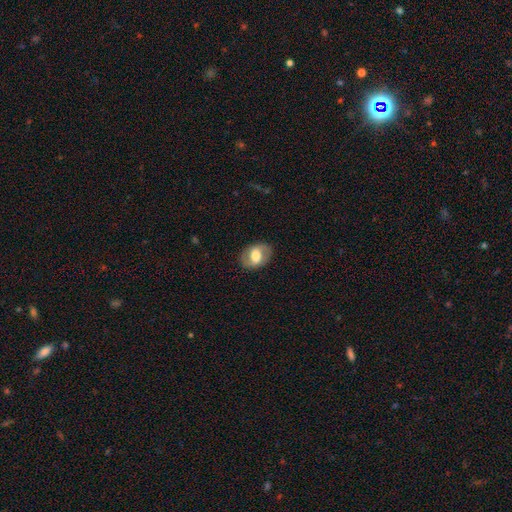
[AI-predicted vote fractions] Morphology: type=smooth (47%); merging=none (83%).